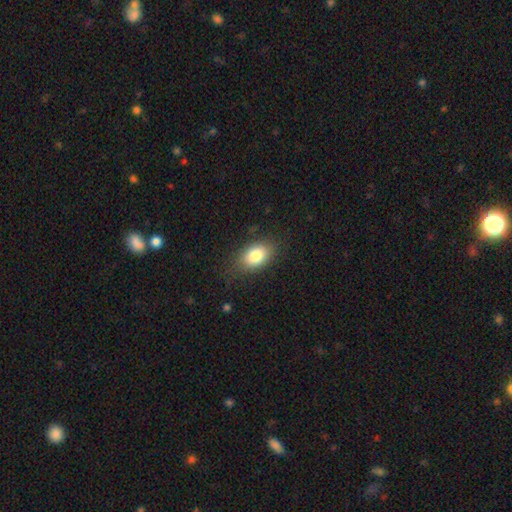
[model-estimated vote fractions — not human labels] Smooth or featured? Predicted: smooth (p=0.82). How rounded? Predicted: in between (p=0.85). Merging? Predicted: none (p=0.79).